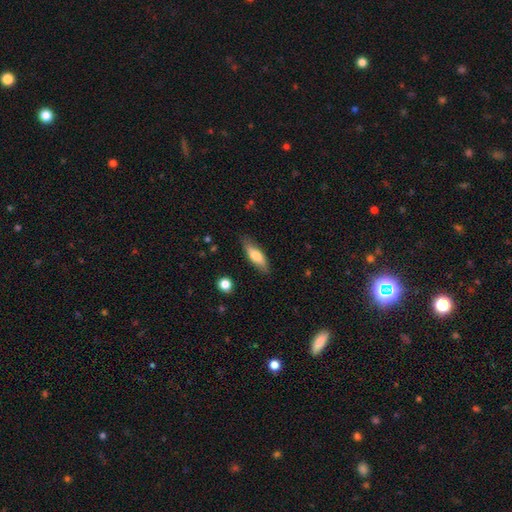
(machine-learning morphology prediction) This appears to be a smooth galaxy with no disk features (69%) that is in between round and cigar-shaped (54%). Merging: none (81%).